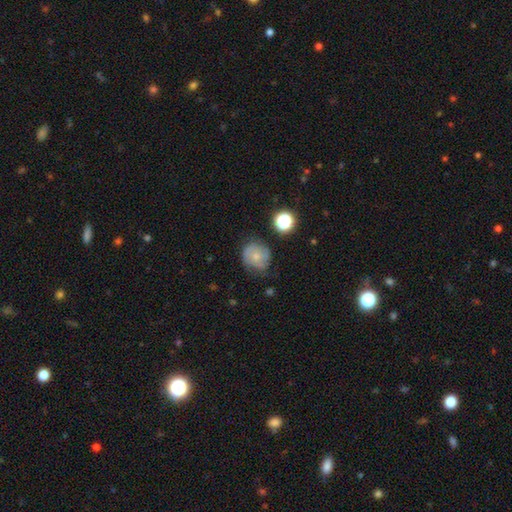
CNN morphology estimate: A smooth galaxy with no disk features (54%) that is round (84%). Merging: none (64%).